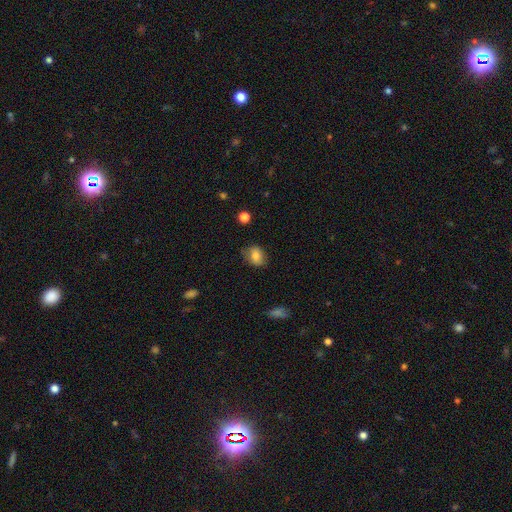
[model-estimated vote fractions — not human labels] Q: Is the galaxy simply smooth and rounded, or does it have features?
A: smooth — 78%.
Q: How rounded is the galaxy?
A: in between — 61%.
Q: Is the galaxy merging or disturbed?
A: none — 73%.